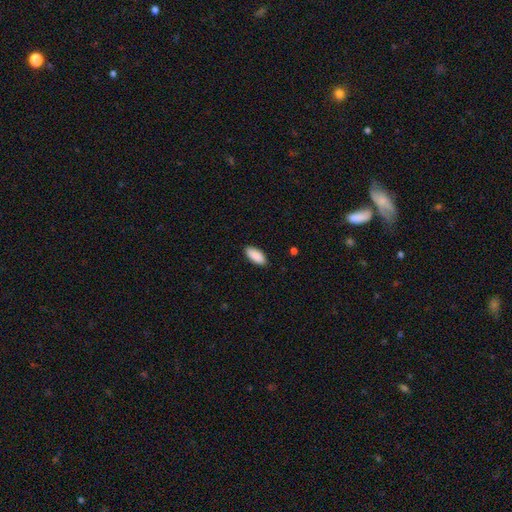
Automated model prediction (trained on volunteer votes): smooth_or_featured: smooth (p=0.91) [alt: star or artifact p=0.06]
how_rounded: in between (p=0.89) [alt: cigar-shaped p=0.09]
merging: none (p=0.89) [alt: minor disturbance p=0.08]